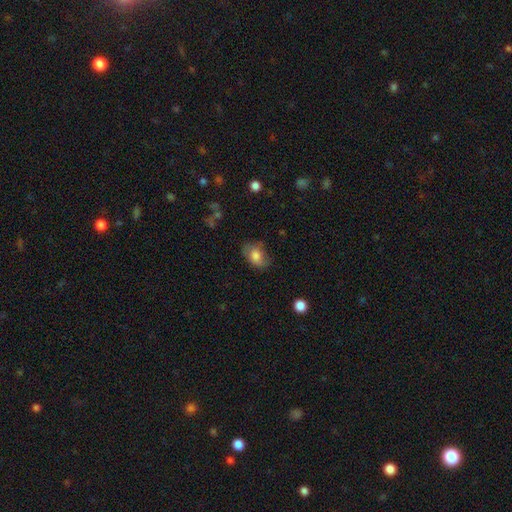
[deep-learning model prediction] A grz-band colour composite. It shows a smooth galaxy with no disk features (75%) that is in between round and cigar-shaped (79%). Merging: none (65%).